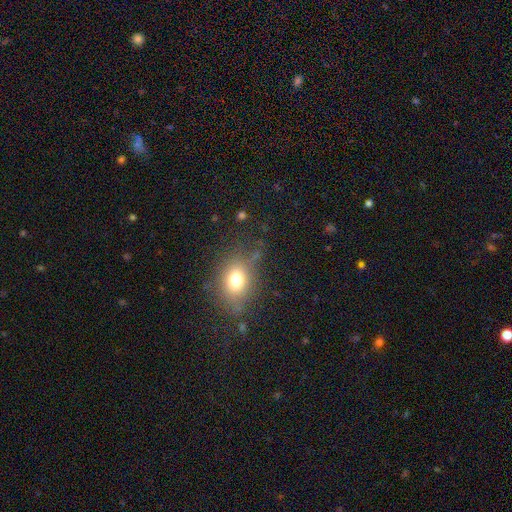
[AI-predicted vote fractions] Smooth or featured? smooth (67%)
How rounded? in between (58%)
Merging? none (73%)